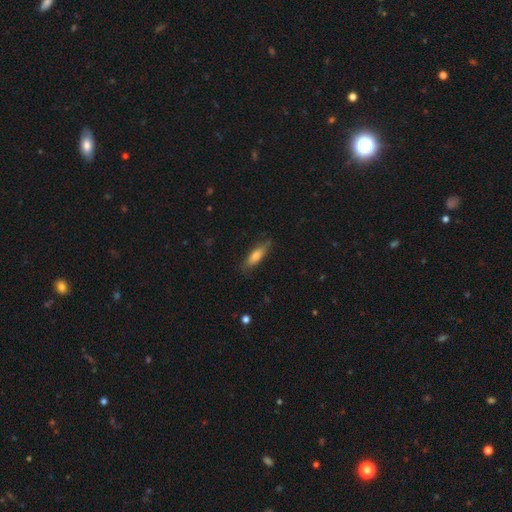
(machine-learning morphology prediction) smooth-or-featured: smooth: 73% | featured or disk: 20% | star or artifact: 7%
  how-rounded: cigar-shaped: 57% | in between: 41% | round: 2%
  merging: none: 79% | minor disturbance: 16% | major disturbance: 3% | merger: 1%